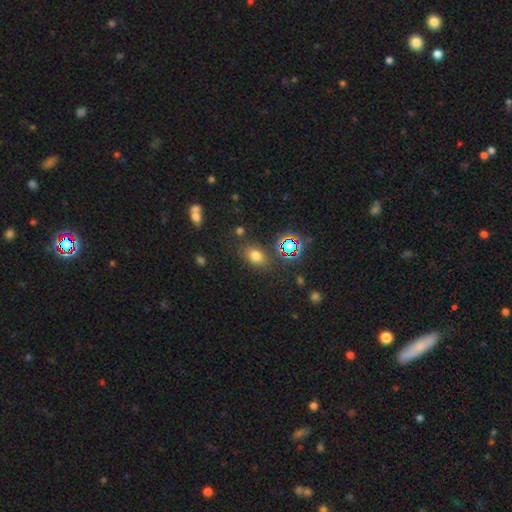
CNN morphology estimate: Smooth or featured: smooth — 68% (star or artifact — 23%)
How rounded: in between — 71% (round — 27%)
Merging: none — 78% (minor disturbance — 13%)